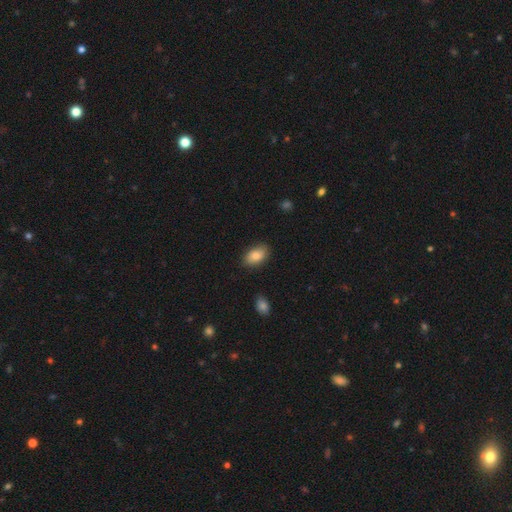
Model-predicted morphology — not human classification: Q: Smooth or featured?
A: smooth (84%); runner-up: featured or disk (9%)
Q: How rounded?
A: in between (92%); runner-up: round (6%)
Q: Merging?
A: none (84%); runner-up: minor disturbance (12%)